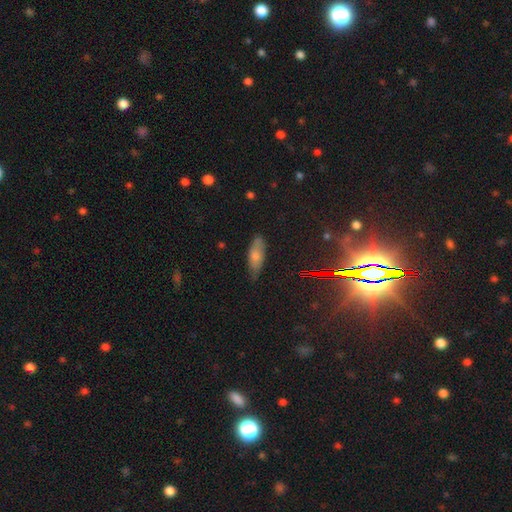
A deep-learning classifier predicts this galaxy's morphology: Smooth or featured?
  - smooth: 70% *
  - featured or disk: 20%
  - star or artifact: 10%
How rounded?
  - in between: 69% *
  - cigar-shaped: 29%
  - round: 3%
Merging?
  - none: 68% *
  - minor disturbance: 26%
  - major disturbance: 4%
  - merger: 2%